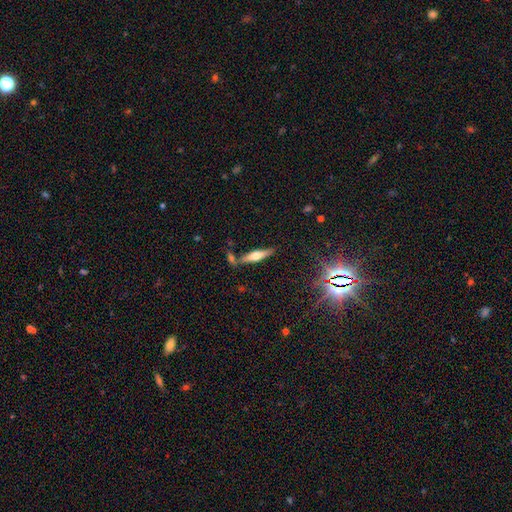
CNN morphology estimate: The model was most divided on "smooth or featured": featured or disk: 50%, smooth: 41%, star or artifact: 9%. More confident: edge-on disk — yes (93%); merging — none (73%).